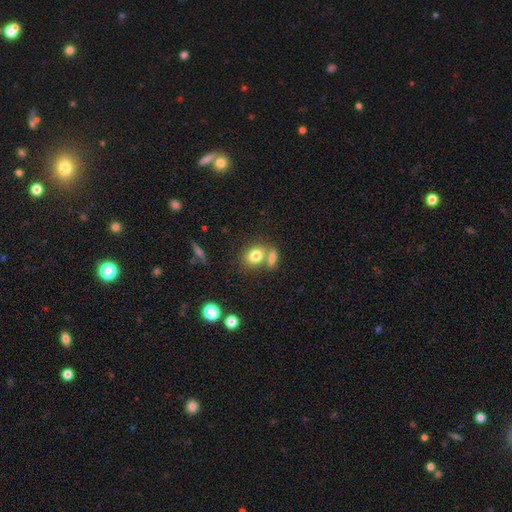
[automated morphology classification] Smooth or featured? smooth (79%)
How rounded? in between (62%)
Merging? none (50%)